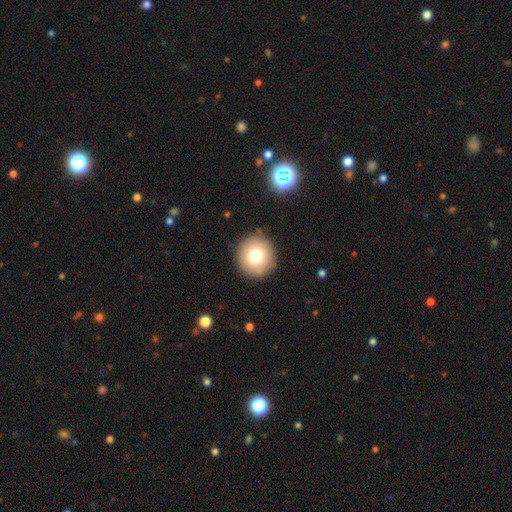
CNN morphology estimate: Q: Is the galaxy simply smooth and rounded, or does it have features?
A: smooth — 74%.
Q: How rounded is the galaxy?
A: round — 94%.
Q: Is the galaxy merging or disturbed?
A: none — 90%.